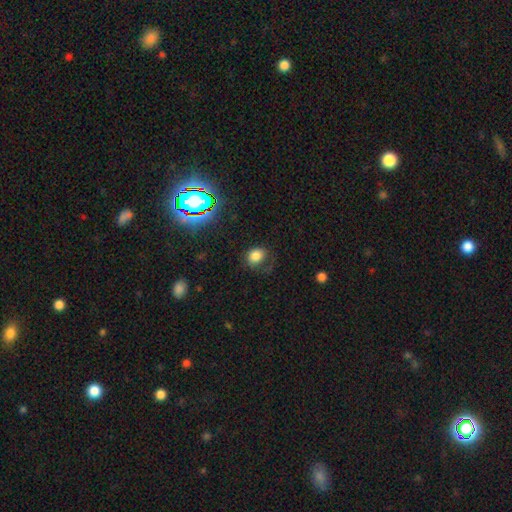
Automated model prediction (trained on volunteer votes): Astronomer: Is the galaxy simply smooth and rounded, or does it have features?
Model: smooth — 77%.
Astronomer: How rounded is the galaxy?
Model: round — 54% (runner-up: in between, 45%).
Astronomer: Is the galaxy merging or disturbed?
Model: none — 62%.